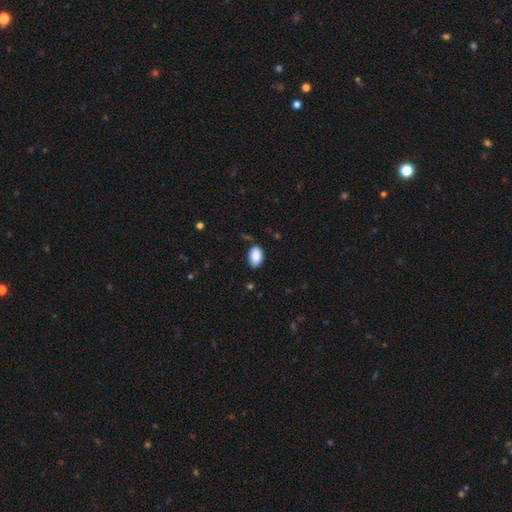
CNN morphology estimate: A smooth galaxy with no disk features (90%) that is in between round and cigar-shaped (93%). Merging: none (82%).